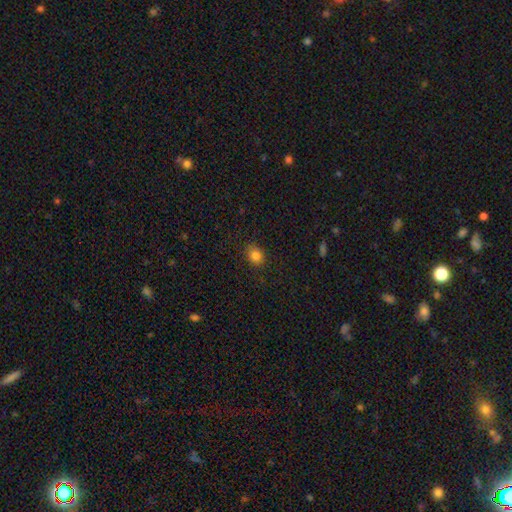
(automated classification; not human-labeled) Morphology: type=smooth (83%); roundness=round (54%); merging=none (86%).